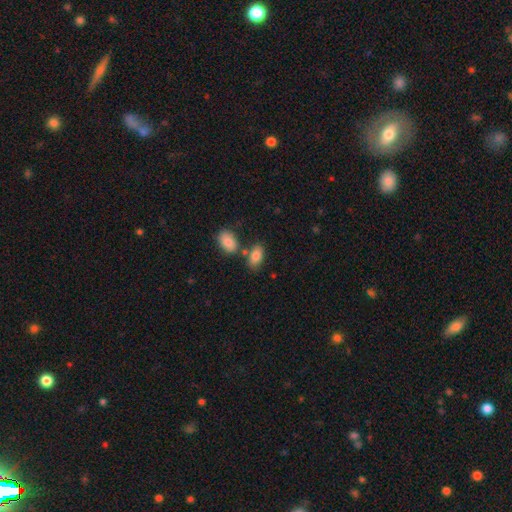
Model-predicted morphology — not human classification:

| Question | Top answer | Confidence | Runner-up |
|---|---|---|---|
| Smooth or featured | smooth | 83% | featured or disk (9%) |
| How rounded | in between | 91% | round (6%) |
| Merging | none | 64% | merger (19%) |